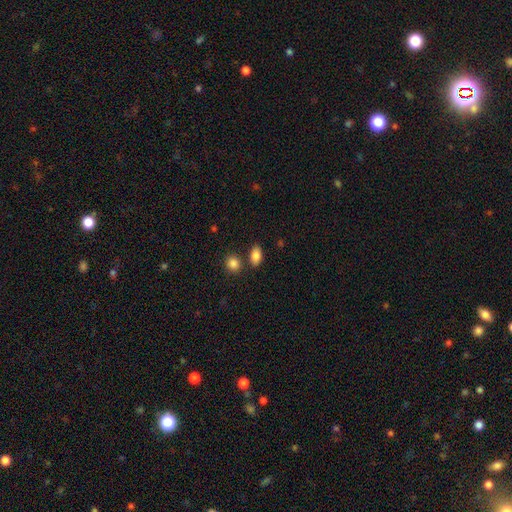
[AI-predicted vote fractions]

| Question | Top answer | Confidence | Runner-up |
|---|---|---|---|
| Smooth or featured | smooth | 86% | star or artifact (9%) |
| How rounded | in between | 87% | round (11%) |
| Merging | none | 75% | merger (11%) |